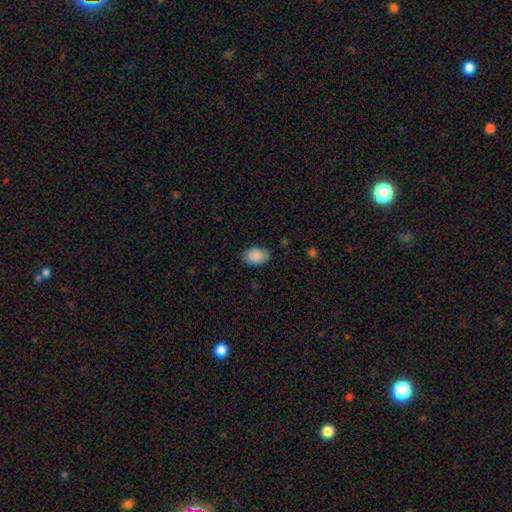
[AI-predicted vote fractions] Smooth or featured?
  - smooth: 88% *
  - star or artifact: 7%
  - featured or disk: 5%
How rounded?
  - in between: 85% *
  - round: 14%
  - cigar-shaped: 1%
Merging?
  - none: 81% *
  - minor disturbance: 15%
  - major disturbance: 3%
  - merger: 1%